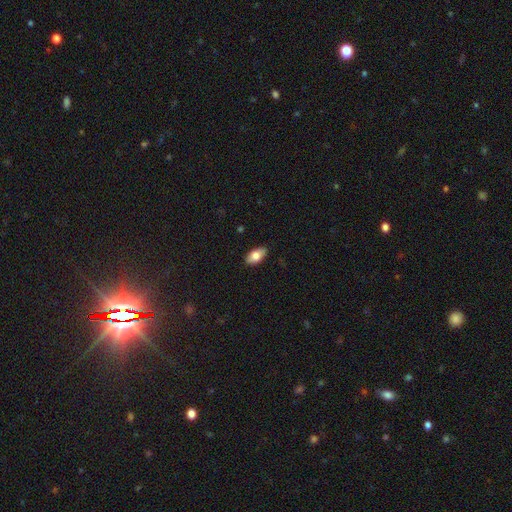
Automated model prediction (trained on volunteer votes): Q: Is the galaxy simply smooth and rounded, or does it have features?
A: smooth — 79%.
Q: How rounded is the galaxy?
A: in between — 92%.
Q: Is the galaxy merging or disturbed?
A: none — 87%.